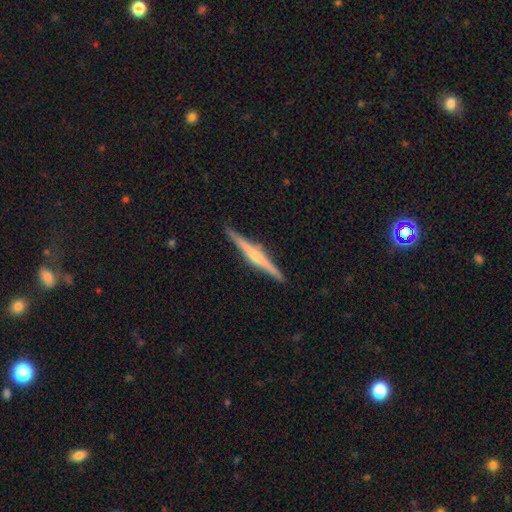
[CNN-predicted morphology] smooth-or-featured: featured or disk: 73% | smooth: 22% | star or artifact: 5%
  disk-edge-on: yes: 98% | no: 2%
    edge-on-bulge: rounded: 64% | none: 21% | boxy: 15%
  merging: none: 90% | minor disturbance: 7% | major disturbance: 1% | merger: 1%